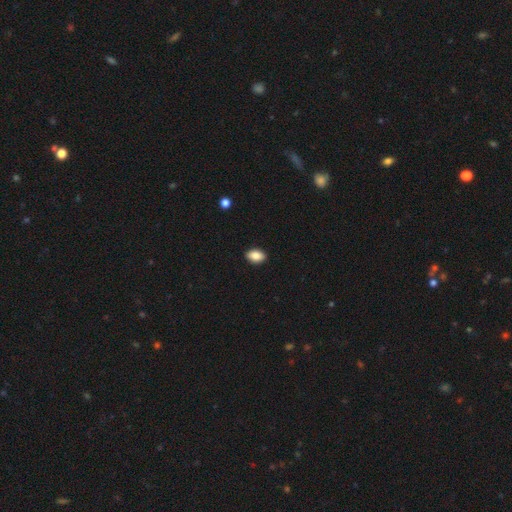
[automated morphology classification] Smooth or featured?
  - smooth: 87% *
  - star or artifact: 8%
  - featured or disk: 5%
How rounded?
  - in between: 86% *
  - round: 12%
  - cigar-shaped: 1%
Merging?
  - none: 90% *
  - minor disturbance: 7%
  - major disturbance: 2%
  - merger: 1%